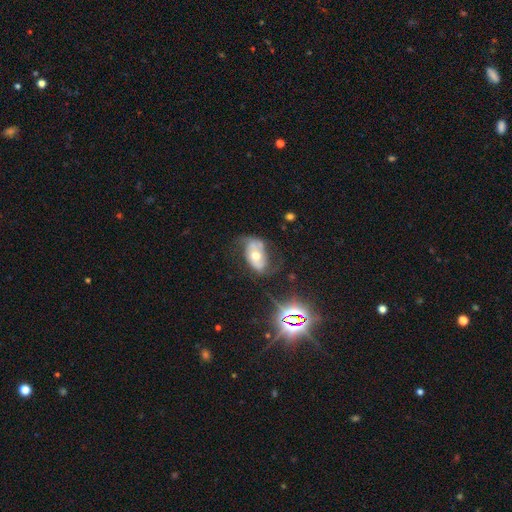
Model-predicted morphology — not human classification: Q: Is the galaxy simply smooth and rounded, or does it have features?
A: featured or disk — 64%.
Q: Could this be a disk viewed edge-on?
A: no — 93%.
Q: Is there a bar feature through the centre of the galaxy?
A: no — 61%.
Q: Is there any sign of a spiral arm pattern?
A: yes — 72%.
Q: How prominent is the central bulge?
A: moderate — 72%.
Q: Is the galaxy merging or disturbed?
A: none — 53%.